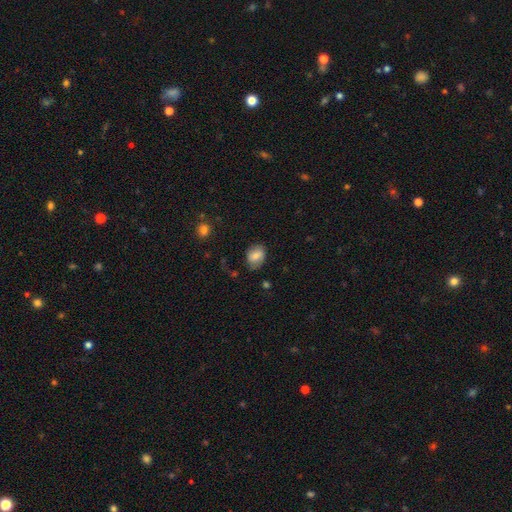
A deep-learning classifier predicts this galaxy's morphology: The model was most divided on "how rounded": in between: 69%, round: 30%, cigar-shaped: 1%. More confident: smooth or featured — smooth (76%); merging — none (73%).